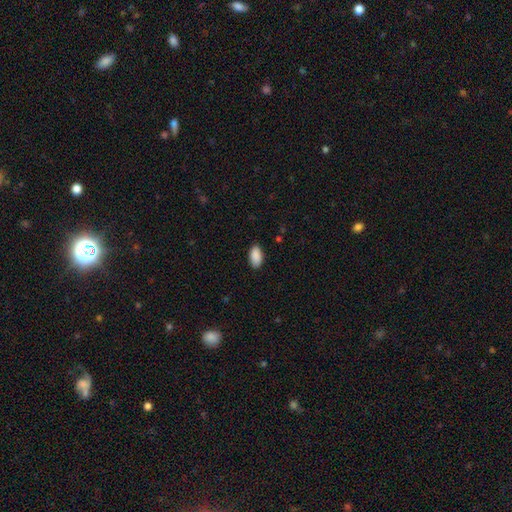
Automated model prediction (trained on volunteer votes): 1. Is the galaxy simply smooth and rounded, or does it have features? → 90% smooth, 7% star or artifact, 3% featured or disk.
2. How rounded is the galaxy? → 95% in between, 3% cigar-shaped, 3% round.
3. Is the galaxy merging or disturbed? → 87% none, 10% minor disturbance, 2% major disturbance, 1% merger.